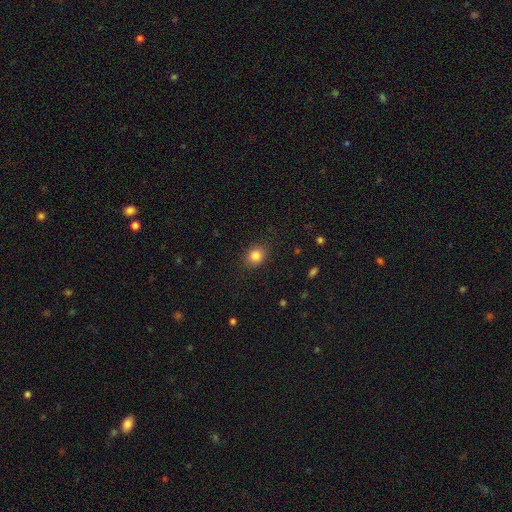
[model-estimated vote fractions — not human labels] The model was most divided on "how rounded": round: 61%, in between: 38%, cigar-shaped: 1%. More confident: merging — none (86%); smooth or featured — smooth (84%).